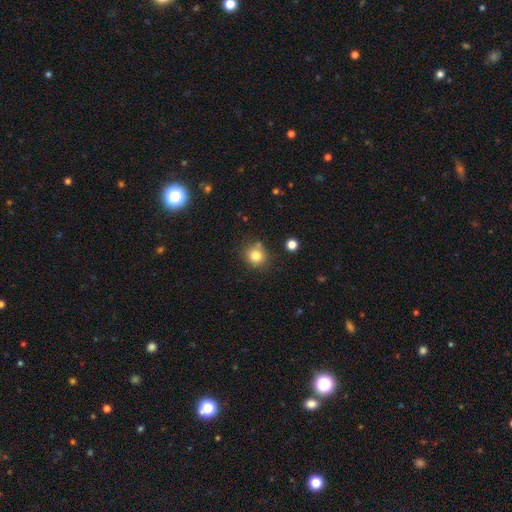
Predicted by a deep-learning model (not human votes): Smooth or featured? Predicted: smooth (p=0.81). How rounded? Predicted: round (p=0.89). Merging? Predicted: none (p=0.78).